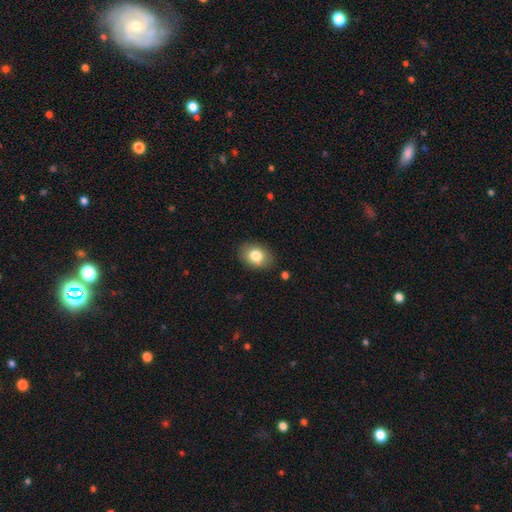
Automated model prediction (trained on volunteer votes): smooth 81%, featured or disk 11%, star or artifact 8%. Down the decision tree: how rounded — in between (71%); merging — none (85%).